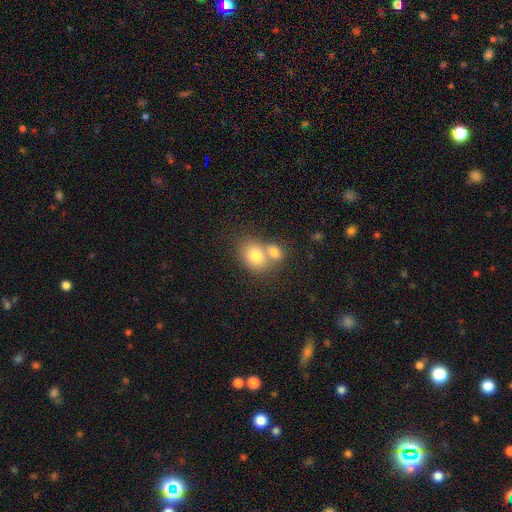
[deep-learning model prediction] Smooth or featured? smooth (79%)
How rounded? in between (55%)
Merging? merger (56%)